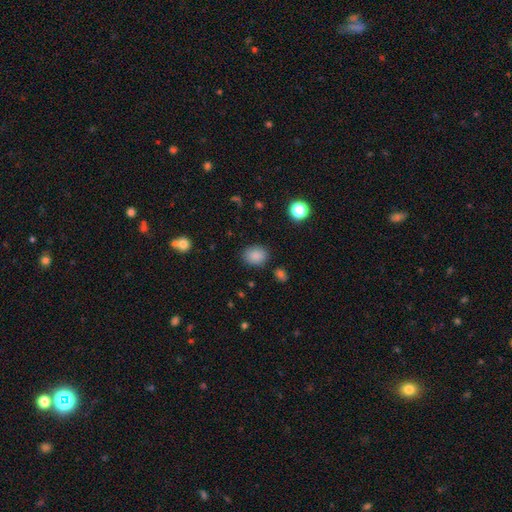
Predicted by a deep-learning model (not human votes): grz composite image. It shows a smooth galaxy with no disk features (86%) that is in between round and cigar-shaped (51%). Merging: none (83%).